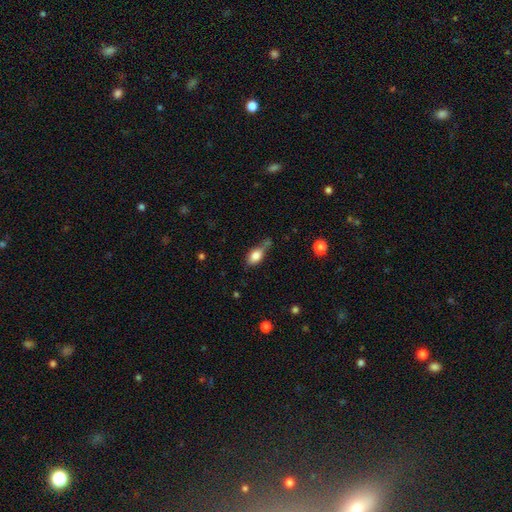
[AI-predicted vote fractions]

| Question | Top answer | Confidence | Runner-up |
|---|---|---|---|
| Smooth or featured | smooth | 80% | featured or disk (12%) |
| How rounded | in between | 86% | round (9%) |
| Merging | none | 47% | minor disturbance (29%) |